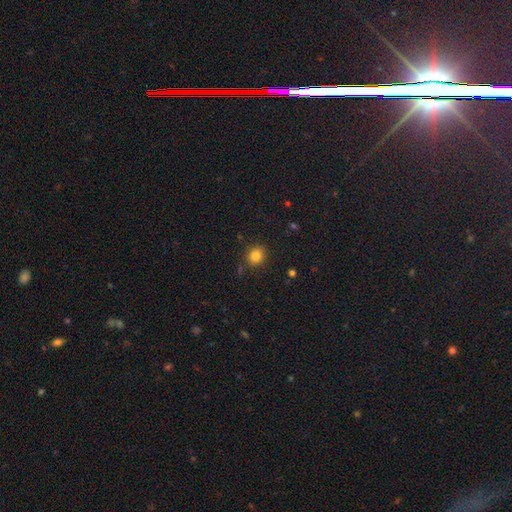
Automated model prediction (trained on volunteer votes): smooth-or-featured: smooth: 83% | star or artifact: 12% | featured or disk: 5%
  how-rounded: round: 80% | in between: 19% | cigar-shaped: 1%
  merging: none: 85% | minor disturbance: 9% | major disturbance: 3% | merger: 3%